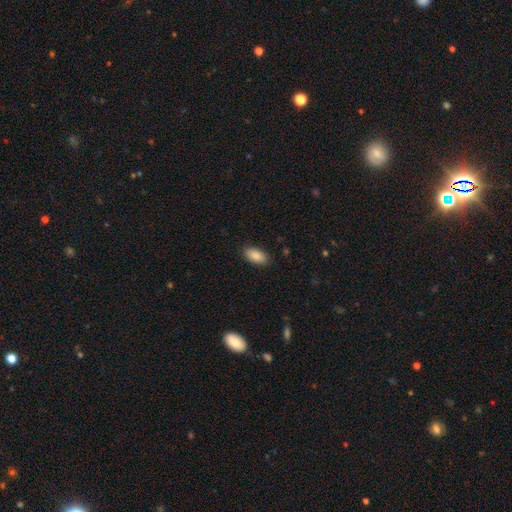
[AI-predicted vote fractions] This appears to be a smooth galaxy with no disk features (89%) that is in between round and cigar-shaped (93%). Merging: none (87%).